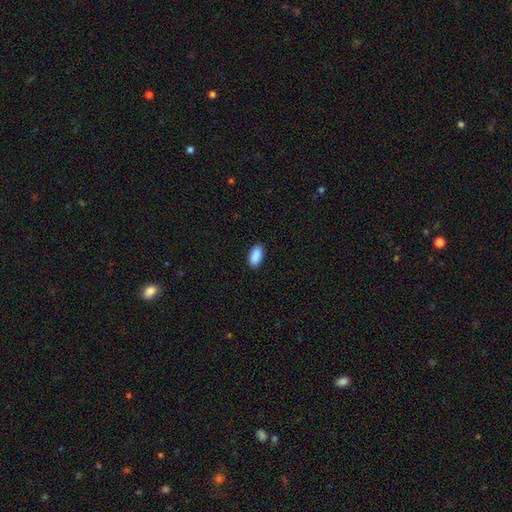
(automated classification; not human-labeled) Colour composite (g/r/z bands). It shows a smooth galaxy with no disk features (90%) that is in between round and cigar-shaped (92%). Merging: none (88%).